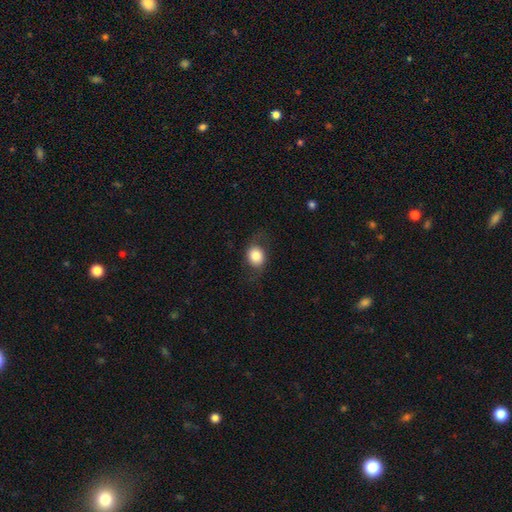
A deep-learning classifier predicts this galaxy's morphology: Smooth or featured? Predicted: smooth (p=0.74). How rounded? Predicted: round (p=0.62). Merging? Predicted: none (p=0.70).